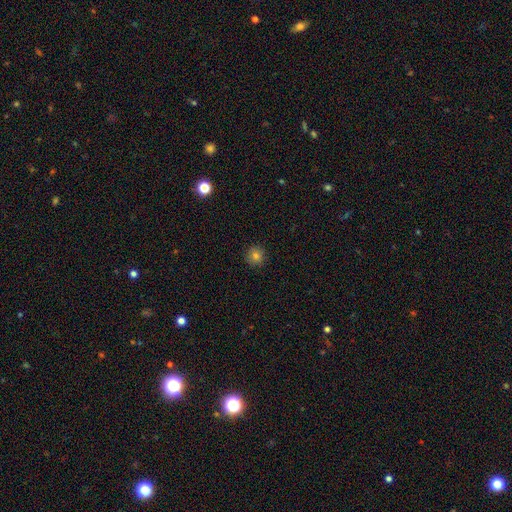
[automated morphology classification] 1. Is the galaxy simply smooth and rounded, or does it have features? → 80% smooth, 13% star or artifact, 7% featured or disk.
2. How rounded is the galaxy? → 94% round, 6% in between, 1% cigar-shaped.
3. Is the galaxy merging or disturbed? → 91% none, 6% minor disturbance, 2% major disturbance, 1% merger.